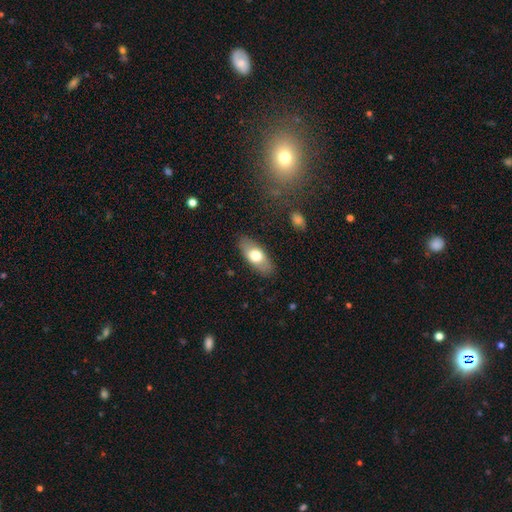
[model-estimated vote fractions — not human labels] Smooth or featured: smooth — 68% (featured or disk — 27%)
How rounded: in between — 86% (cigar-shaped — 11%)
Merging: none — 86% (minor disturbance — 10%)